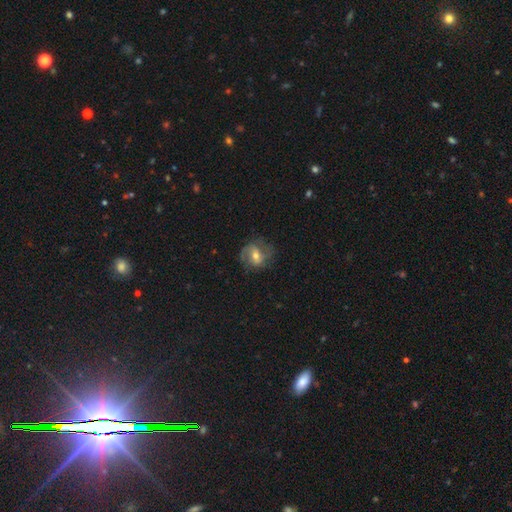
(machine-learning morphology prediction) Smooth or featured? Predicted: featured or disk (p=0.62). Edge-on disk? Predicted: no (p=0.97). Bar? Predicted: weak (p=0.43). Spiral arms? Predicted: yes (p=0.83). Bulge size? Predicted: moderate (p=0.64). Merging? Predicted: none (p=0.65).